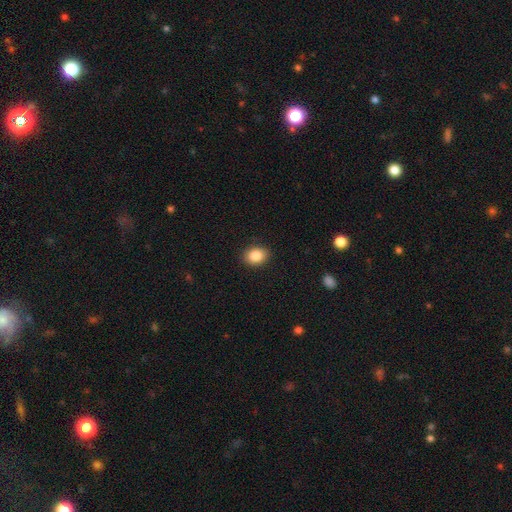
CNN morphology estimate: Overall: smooth (86%). How rounded: in between (59%; round 40%). Merging: none (90%).